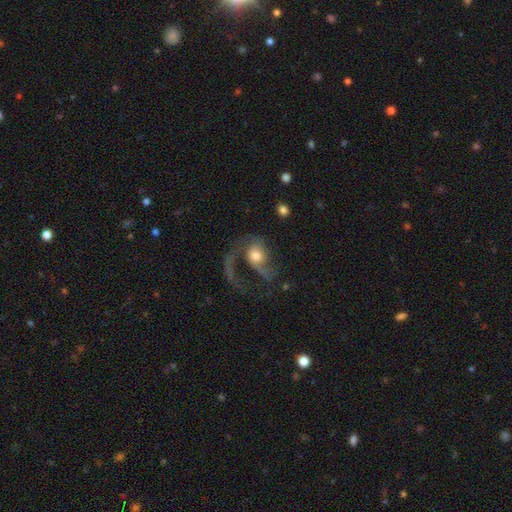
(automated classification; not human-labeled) smooth-or-featured: featured or disk: 67% | smooth: 25% | star or artifact: 8%
  disk-edge-on: no: 97% | yes: 3%
    bar: no: 73% | weak: 22% | strong: 5%
    has-spiral-arms: yes: 82% | no: 18%
      spiral-winding: loose: 62% | medium: 31% | tight: 8%
      spiral-arm-count: 1: 55% | 2: 27% | can't tell: 7% | 3: 6% | 4: 2% | more than 4: 2%
    bulge-size: moderate: 59% | large: 25% | small: 11% | dominant: 4% | none: 2%
  merging: major disturbance: 56% | none: 27% | minor disturbance: 13% | merger: 4%